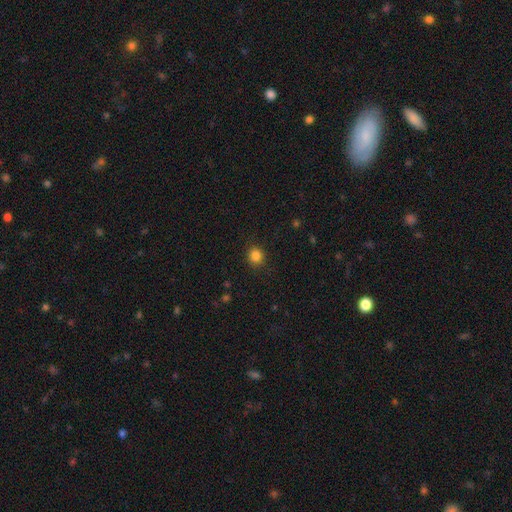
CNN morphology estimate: A smooth galaxy with no disk features (84%) that is round (85%).

Vote fractions:
- Smooth or featured? smooth: 84% / star or artifact: 12% / featured or disk: 4%
- How rounded? round: 85% / in between: 14% / cigar-shaped: 1%
- Merging? none: 89% / minor disturbance: 7% / major disturbance: 2% / merger: 1%